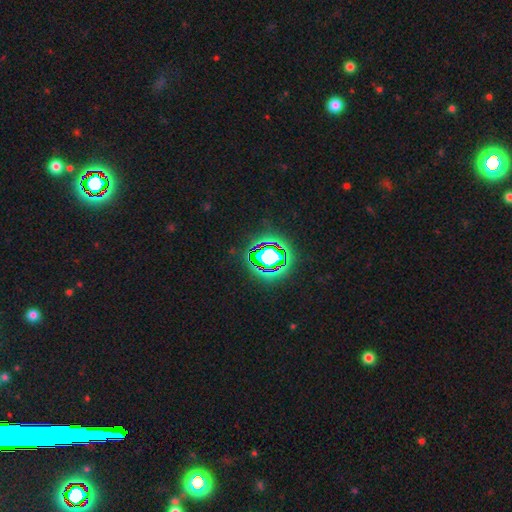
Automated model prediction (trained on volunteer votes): A star or artifact, not a galaxy (75%).

Vote fractions:
- Smooth or featured? star or artifact: 75% / smooth: 15% / featured or disk: 11%